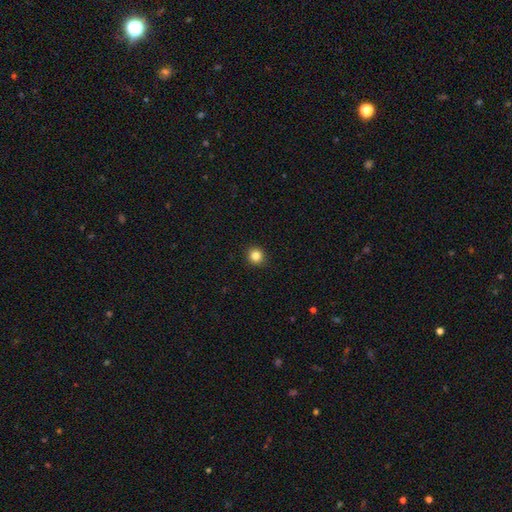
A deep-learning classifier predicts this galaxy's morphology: This is clearly a smooth galaxy (84%). How rounded: clearly round (91%). Merging: clearly none (91%).